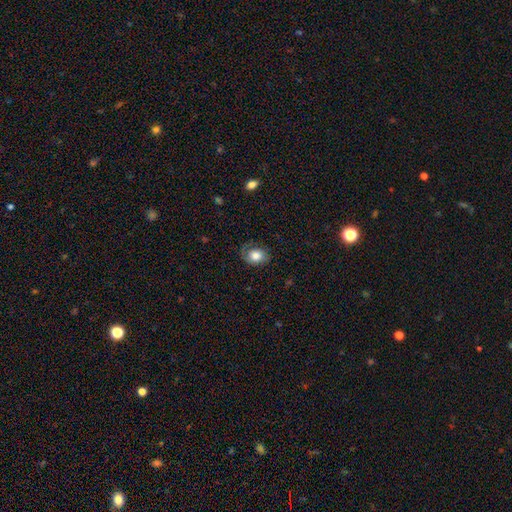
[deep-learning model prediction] Q: Smooth or featured?
A: smooth (67%); runner-up: featured or disk (25%)
Q: How rounded?
A: in between (56%); runner-up: round (43%)
Q: Merging?
A: none (62%); runner-up: minor disturbance (23%)